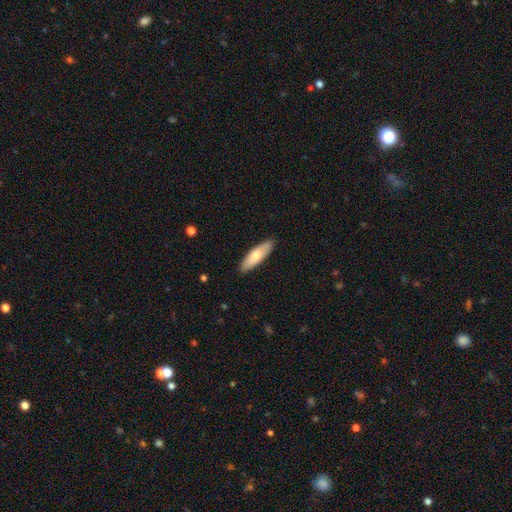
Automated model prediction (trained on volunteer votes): A smooth galaxy with no disk features (70%) that is cigar-shaped (53%).

Vote fractions:
- Smooth or featured? smooth: 70% / featured or disk: 25% / star or artifact: 5%
- How rounded? cigar-shaped: 53% / in between: 45% / round: 2%
- Merging? none: 88% / minor disturbance: 9% / major disturbance: 2% / merger: 1%